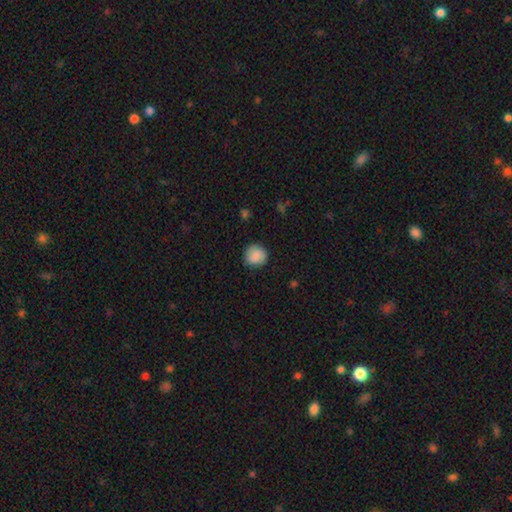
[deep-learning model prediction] The model was most divided on "merging": none: 83%, minor disturbance: 13%, major disturbance: 3%, merger: 1%. More confident: how rounded — round (88%); smooth or featured — smooth (87%).